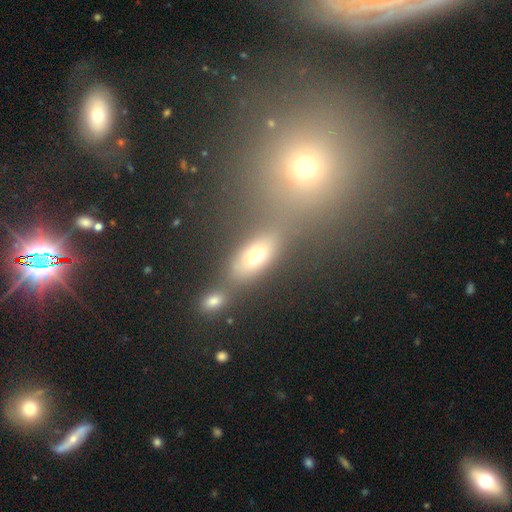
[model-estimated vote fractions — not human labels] A smooth galaxy with no disk features (58%) that is in between round and cigar-shaped (74%).

Vote fractions:
- Smooth or featured? smooth: 58% / star or artifact: 23% / featured or disk: 19%
- How rounded? in between: 74% / round: 15% / cigar-shaped: 11%
- Merging? none: 63% / merger: 20% / minor disturbance: 11% / major disturbance: 6%